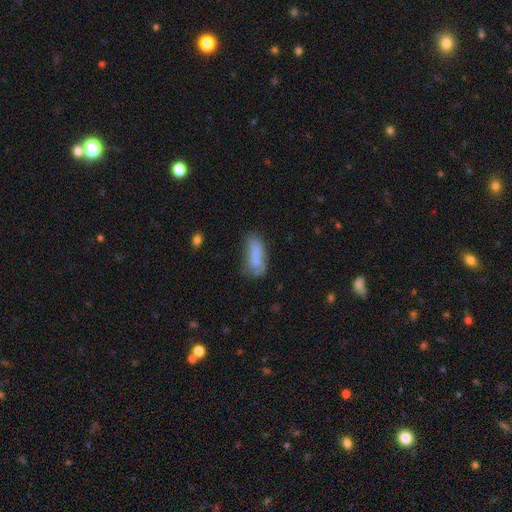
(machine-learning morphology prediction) Smooth or featured? smooth (72%)
How rounded? in between (70%)
Merging? none (45%)